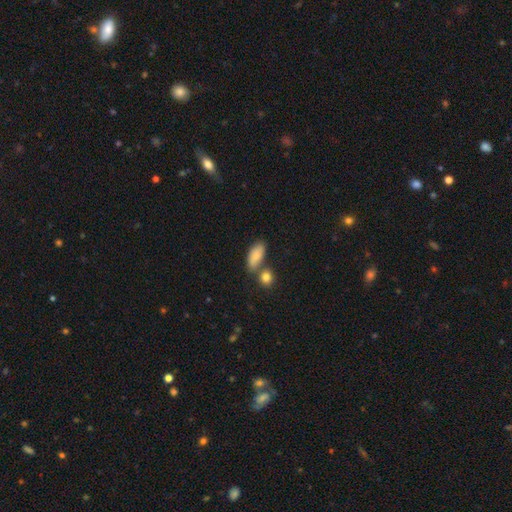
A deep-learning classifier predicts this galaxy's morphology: Smooth or featured? Predicted: smooth (p=0.83). How rounded? Predicted: in between (p=0.85). Merging? Predicted: none (p=0.54).